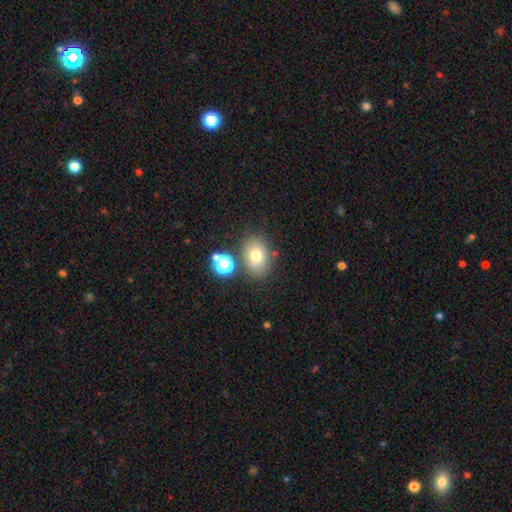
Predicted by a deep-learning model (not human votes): smooth 74%, star or artifact 13%, featured or disk 13%. Down the decision tree: how rounded — in between (68%); merging — none (76%).